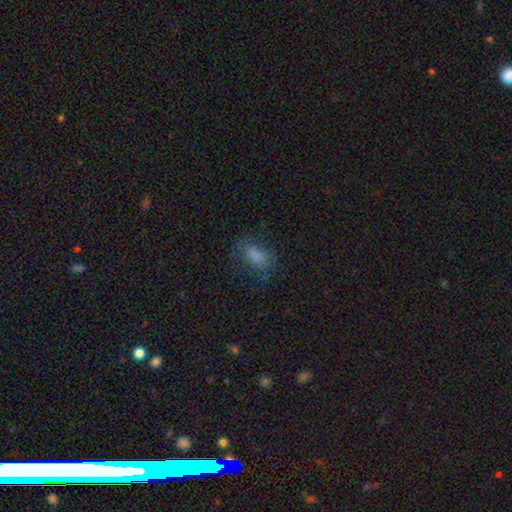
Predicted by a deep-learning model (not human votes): A smooth galaxy with no disk features (73%) that is in between round and cigar-shaped (87%).

Vote fractions:
- Smooth or featured? smooth: 73% / featured or disk: 15% / star or artifact: 12%
- How rounded? in between: 87% / round: 8% / cigar-shaped: 5%
- Merging? none: 60% / minor disturbance: 22% / major disturbance: 17% / merger: 2%